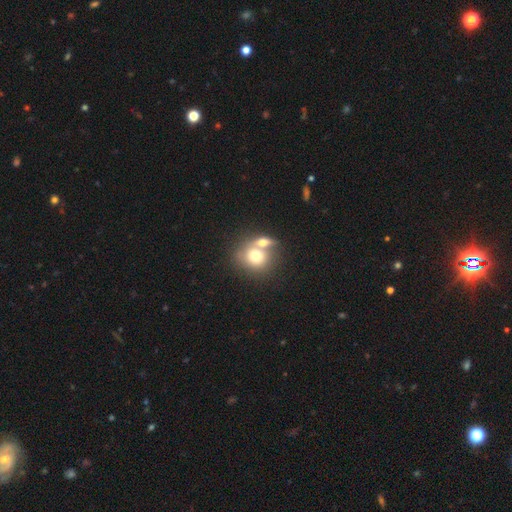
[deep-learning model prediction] This appears to be a smooth galaxy with no disk features (69%) that is round (73%). Merging: merger (55%).